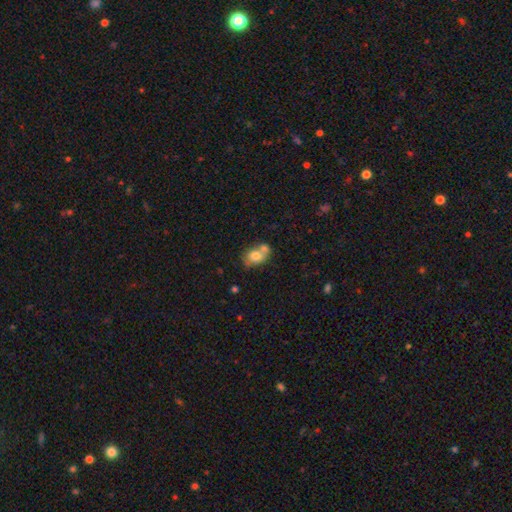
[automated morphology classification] Overall: smooth (74%). How rounded: in between (66%; round 33%). Merging: merger (49%; none 32%).